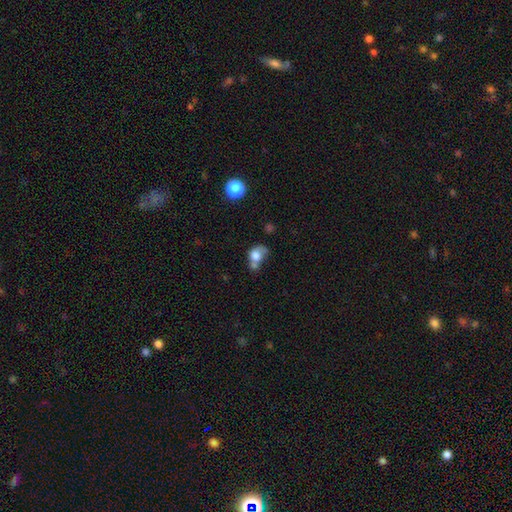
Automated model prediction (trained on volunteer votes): Morphology: type=smooth (73%); roundness=in between (50%); merging=merger (43%).